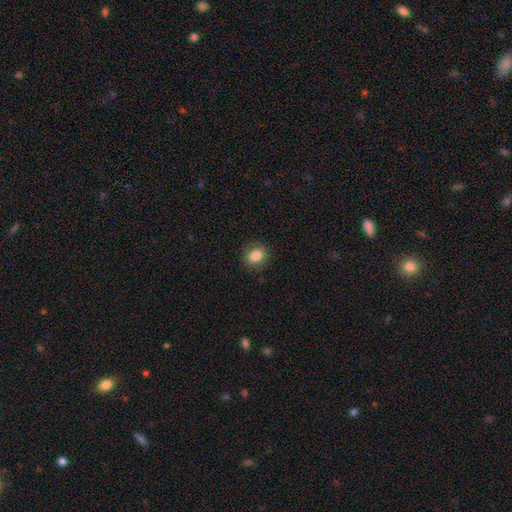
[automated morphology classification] smooth-or-featured: smooth: 84% | star or artifact: 9% | featured or disk: 7%
  how-rounded: round: 63% | in between: 36% | cigar-shaped: 1%
  merging: none: 87% | minor disturbance: 9% | major disturbance: 3% | merger: 1%